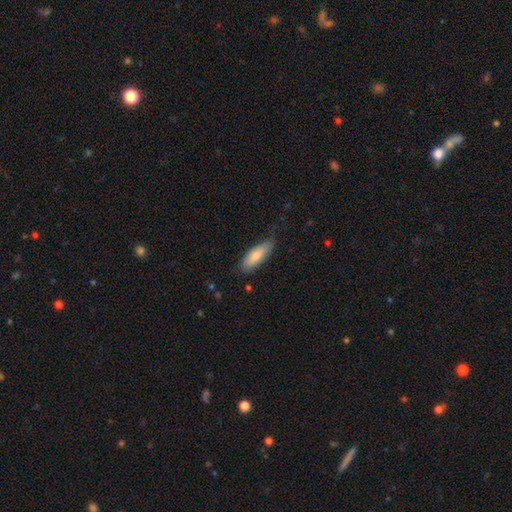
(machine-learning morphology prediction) A smooth galaxy with no disk features (78%) that is in between round and cigar-shaped (67%).

Vote fractions:
- Smooth or featured? smooth: 78% / featured or disk: 16% / star or artifact: 6%
- How rounded? in between: 67% / cigar-shaped: 31% / round: 2%
- Merging? none: 74% / minor disturbance: 21% / major disturbance: 4% / merger: 1%